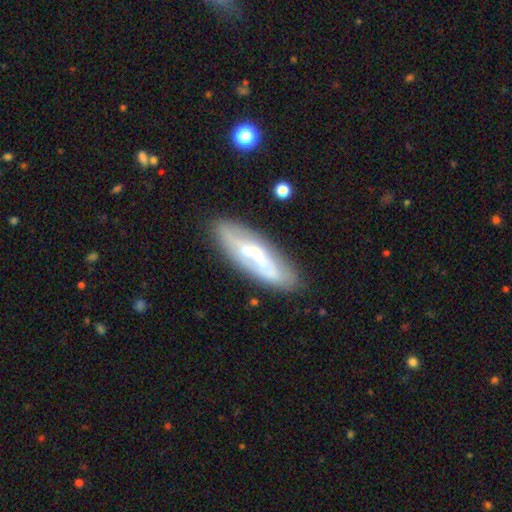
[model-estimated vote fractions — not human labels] A featured or disk galaxy (58%). Merging: none (71%).